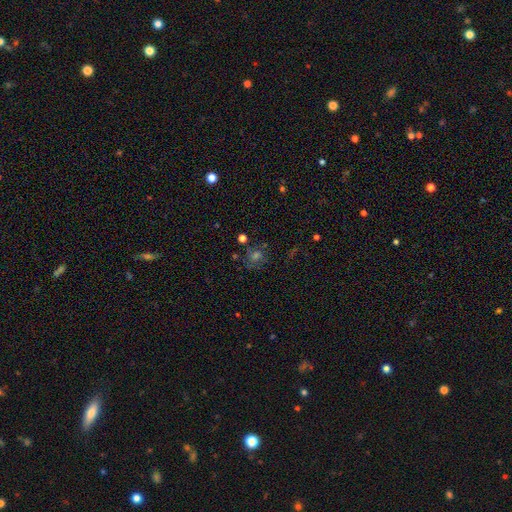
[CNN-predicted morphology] Overall: smooth (38%; star or artifact 37%). Merging: none (68%).